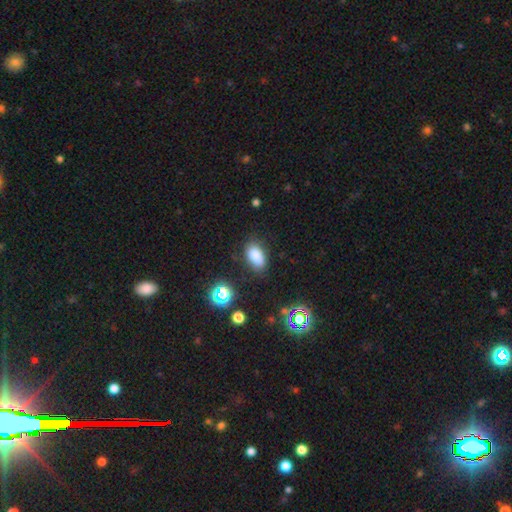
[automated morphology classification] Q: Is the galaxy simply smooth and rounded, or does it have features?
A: smooth — 82%.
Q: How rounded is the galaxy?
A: in between — 90%.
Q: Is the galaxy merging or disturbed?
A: none — 78%.